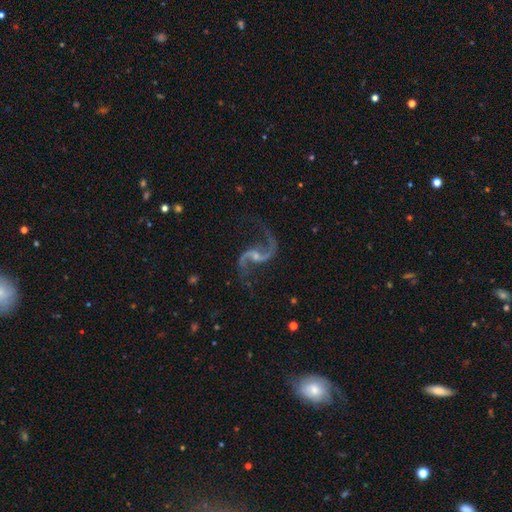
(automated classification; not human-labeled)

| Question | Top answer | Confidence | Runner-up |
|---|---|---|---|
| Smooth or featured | featured or disk | 93% | star or artifact (5%) |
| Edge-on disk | no | 98% | yes (2%) |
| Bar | weak | 46% | no (35%) |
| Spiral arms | yes | 98% | no (2%) |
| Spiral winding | loose | 80% | medium (16%) |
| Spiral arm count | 2 | 94% | 1 (1%) |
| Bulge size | small | 63% | moderate (23%) |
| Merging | none | 77% | minor disturbance (13%) |